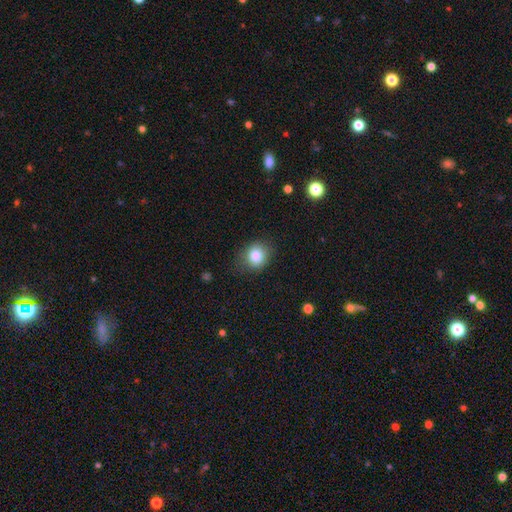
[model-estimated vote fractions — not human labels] A smooth galaxy with no disk features (83%) that is round (66%). Merging: none (78%).